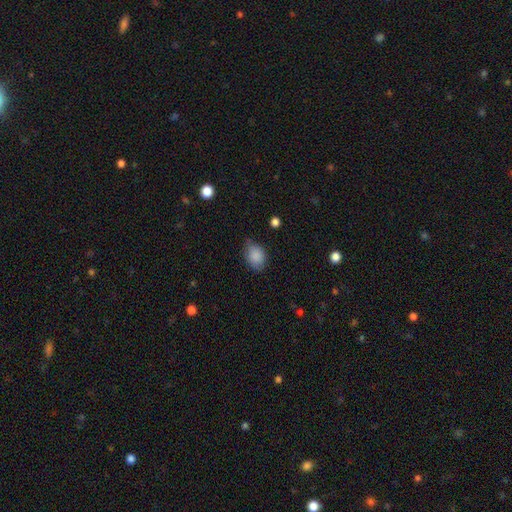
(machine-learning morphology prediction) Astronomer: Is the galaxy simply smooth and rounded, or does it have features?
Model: smooth — 87%.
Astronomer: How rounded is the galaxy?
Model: in between — 68%.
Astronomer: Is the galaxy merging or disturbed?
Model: none — 65%.